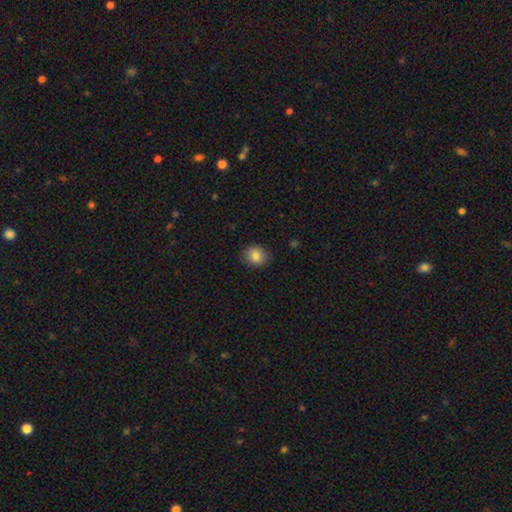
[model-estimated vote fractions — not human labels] Smooth or featured: smooth — 83% (star or artifact — 10%)
How rounded: round — 69% (in between — 30%)
Merging: none — 87% (minor disturbance — 10%)